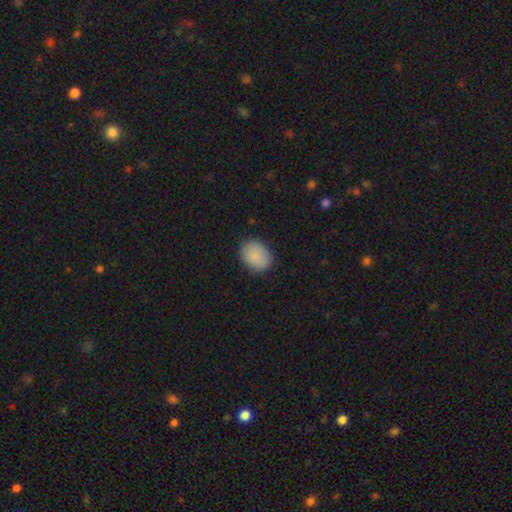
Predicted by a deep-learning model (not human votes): A smooth galaxy with no disk features (86%) that is in between round and cigar-shaped (55%). Merging: none (81%).